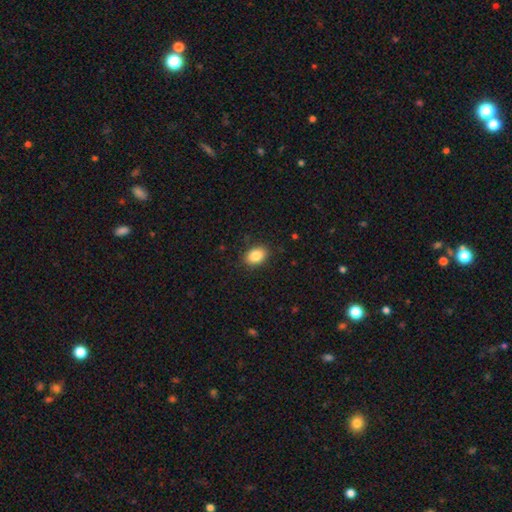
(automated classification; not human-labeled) Morphology: type=smooth (86%); roundness=in between (79%); merging=none (88%).